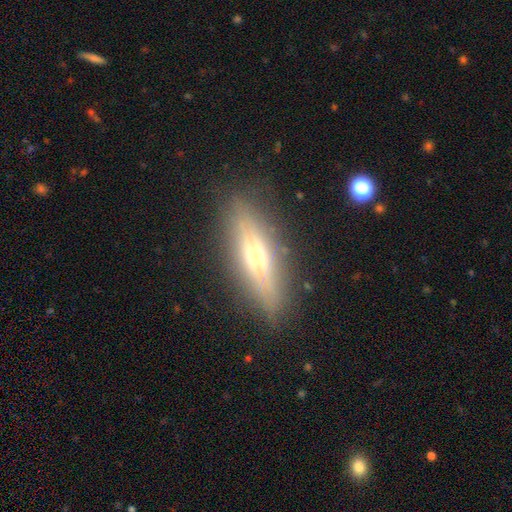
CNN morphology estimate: smooth_or_featured: featured or disk (p=0.64) [alt: smooth p=0.29]
disk_edge_on: yes (p=0.87) [alt: no p=0.13]
edge_on_bulge: rounded (p=0.86) [alt: none p=0.09]
merging: none (p=0.86) [alt: minor disturbance p=0.10]